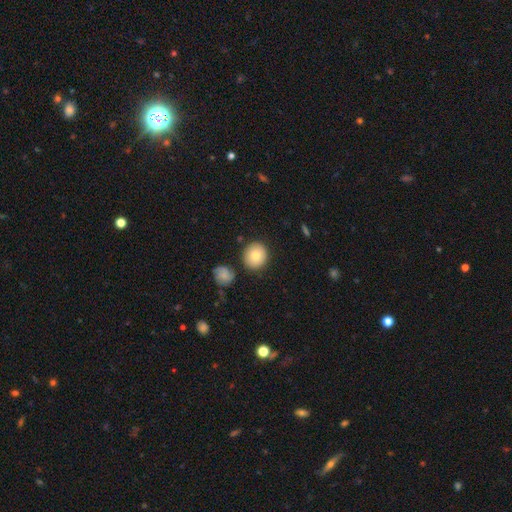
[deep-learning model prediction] Smooth or featured? Predicted: smooth (p=0.81). How rounded? Predicted: round (p=0.89). Merging? Predicted: none (p=0.84).